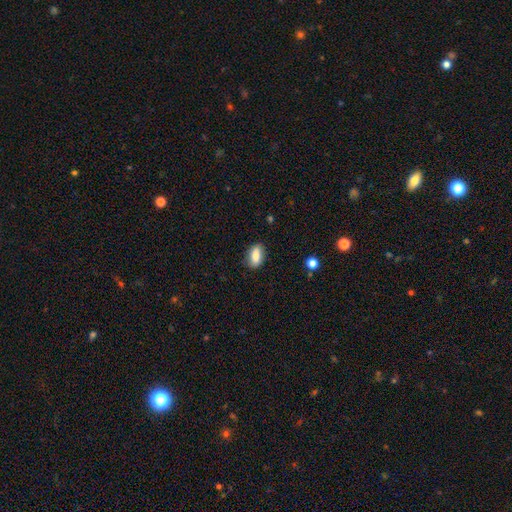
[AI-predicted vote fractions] Smooth or featured?
  - smooth: 81% *
  - featured or disk: 12%
  - star or artifact: 7%
How rounded?
  - in between: 87% *
  - round: 7%
  - cigar-shaped: 6%
Merging?
  - none: 82% *
  - minor disturbance: 14%
  - major disturbance: 3%
  - merger: 1%